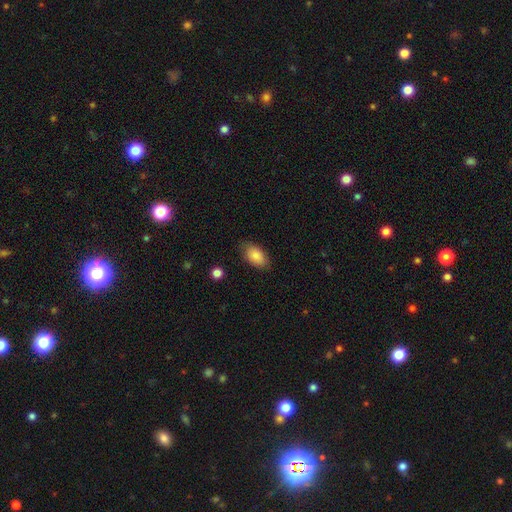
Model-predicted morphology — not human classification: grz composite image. It shows a smooth galaxy with no disk features (86%) that is in between round and cigar-shaped (92%). Merging: none (81%).